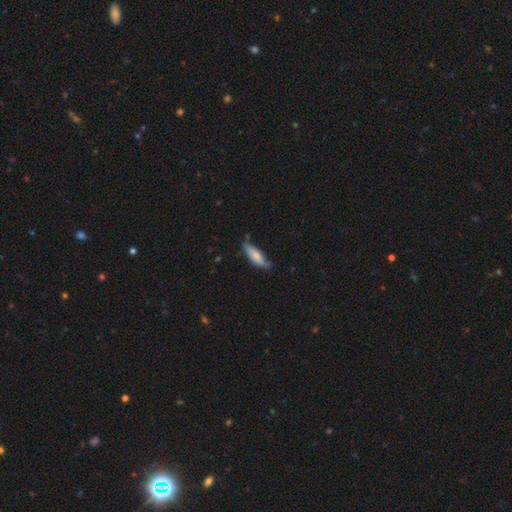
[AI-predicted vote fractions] smooth-or-featured: smooth: 72% | featured or disk: 22% | star or artifact: 6%
  how-rounded: cigar-shaped: 59% | in between: 40% | round: 2%
  merging: none: 65% | minor disturbance: 27% | major disturbance: 5% | merger: 3%